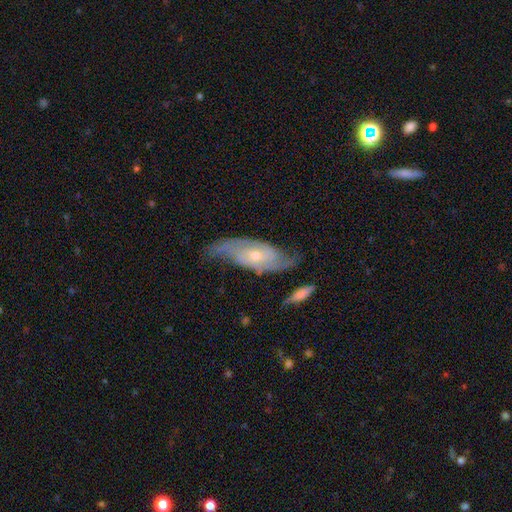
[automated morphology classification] Smooth or featured? Predicted: featured or disk (p=0.83). Edge-on disk? Predicted: no (p=0.90). Bar? Predicted: no (p=0.61). Spiral arms? Predicted: yes (p=0.95). Spiral winding? Predicted: medium (p=0.44). Spiral arm count? Predicted: 2 (p=0.78). Bulge size? Predicted: small (p=0.58). Merging? Predicted: none (p=0.66).